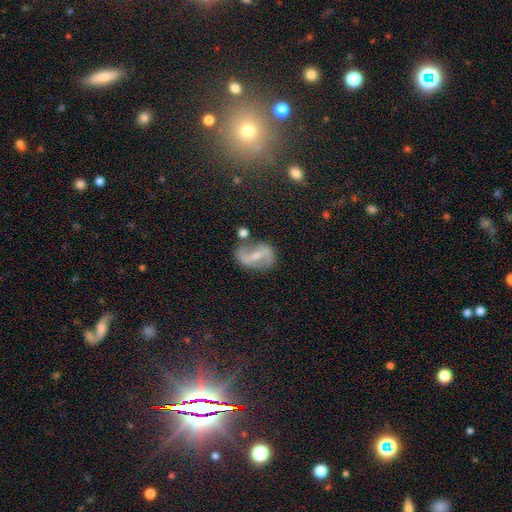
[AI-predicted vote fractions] The model was most divided on "spiral winding": loose: 53%, medium: 34%, tight: 13%. More confident: edge-on disk — no (95%); spiral arm count — 2 (88%); spiral arms — yes (79%); smooth or featured — featured or disk (76%); merging — none (69%); bar — strong (57%); bulge size — small (56%).